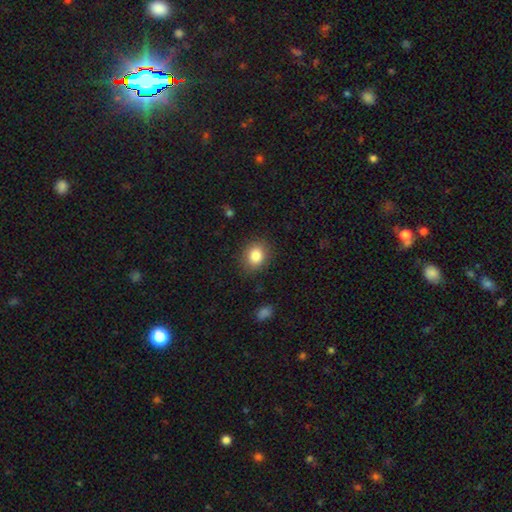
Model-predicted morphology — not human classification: Smooth or featured?
  - smooth: 85% *
  - star or artifact: 9%
  - featured or disk: 6%
How rounded?
  - round: 56% *
  - in between: 43%
  - cigar-shaped: 1%
Merging?
  - none: 85% *
  - minor disturbance: 10%
  - major disturbance: 3%
  - merger: 1%